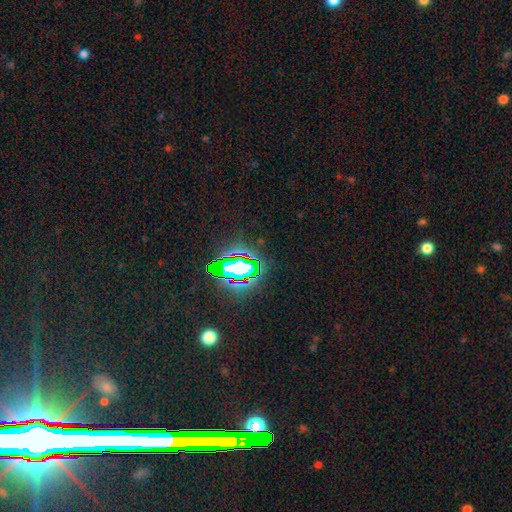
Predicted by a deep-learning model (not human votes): Smooth or featured? star or artifact (73%)